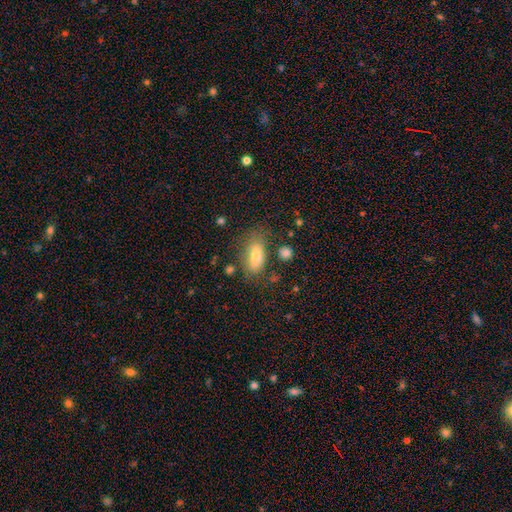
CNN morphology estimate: Smooth or featured?
  - smooth: 77% *
  - featured or disk: 14%
  - star or artifact: 9%
How rounded?
  - in between: 87% *
  - cigar-shaped: 8%
  - round: 4%
Merging?
  - none: 65% *
  - minor disturbance: 21%
  - major disturbance: 9%
  - merger: 5%